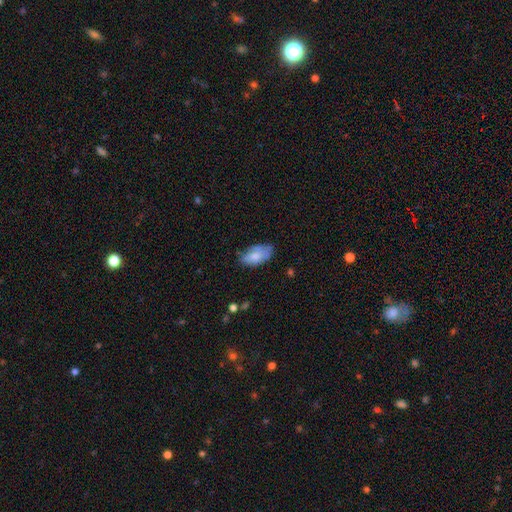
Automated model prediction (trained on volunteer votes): Smooth or featured?
  - smooth: 70% *
  - featured or disk: 23%
  - star or artifact: 7%
How rounded?
  - in between: 93% *
  - cigar-shaped: 4%
  - round: 3%
Merging?
  - none: 57% *
  - minor disturbance: 32%
  - major disturbance: 8%
  - merger: 3%